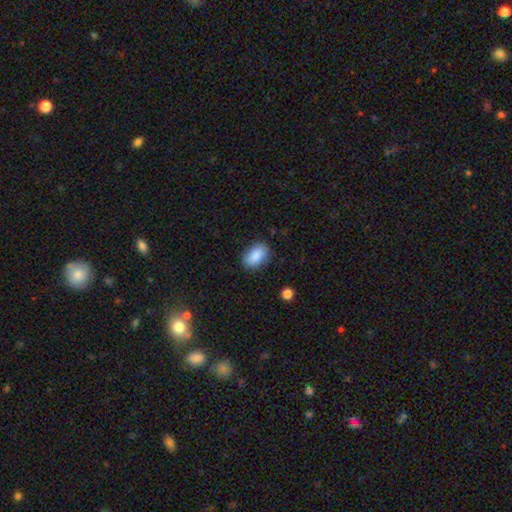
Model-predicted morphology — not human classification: This is clearly a smooth galaxy (88%). How rounded: clearly in between (89%). Merging: clearly none (83%).